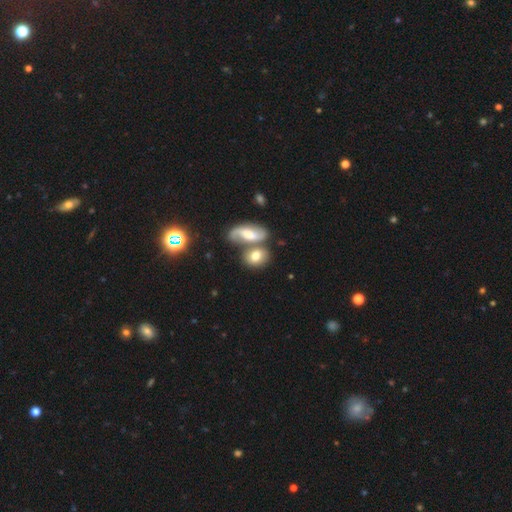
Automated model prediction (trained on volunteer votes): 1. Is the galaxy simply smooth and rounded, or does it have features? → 62% smooth, 30% featured or disk, 8% star or artifact.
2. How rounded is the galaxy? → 64% in between, 32% round, 4% cigar-shaped.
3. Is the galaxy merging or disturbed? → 46% none, 38% merger, 11% minor disturbance, 5% major disturbance.